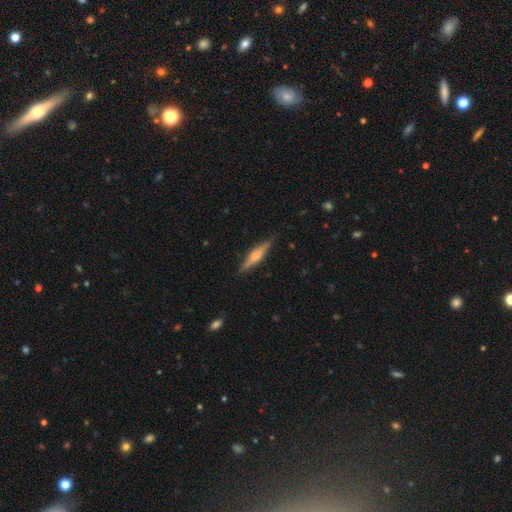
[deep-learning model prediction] featured or disk 56%, smooth 38%, star or artifact 6%. Down the decision tree: edge-on disk — yes (96%); edge-on bulge — rounded (83%); merging — none (88%).